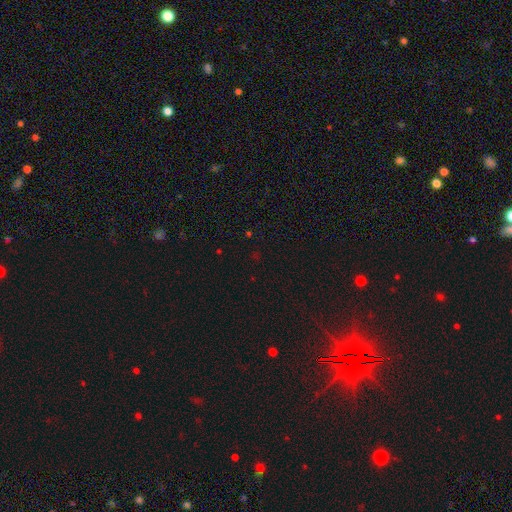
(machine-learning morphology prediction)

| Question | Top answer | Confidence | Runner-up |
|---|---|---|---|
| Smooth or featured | star or artifact | 68% | smooth (25%) |